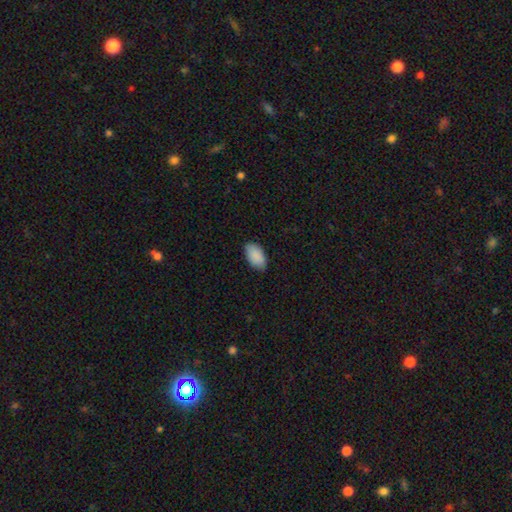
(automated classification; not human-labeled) Smooth or featured: smooth — 90% (star or artifact — 6%)
How rounded: in between — 95% (round — 3%)
Merging: none — 83% (minor disturbance — 14%)